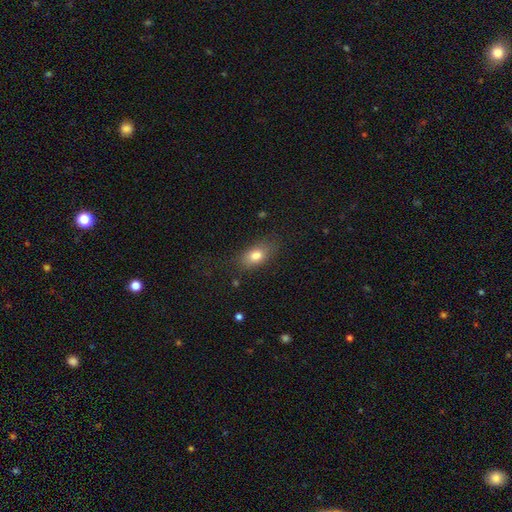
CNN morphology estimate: Smooth or featured?
  - smooth: 79% *
  - featured or disk: 12%
  - star or artifact: 9%
How rounded?
  - in between: 84% *
  - round: 11%
  - cigar-shaped: 5%
Merging?
  - none: 76% *
  - minor disturbance: 17%
  - major disturbance: 6%
  - merger: 2%